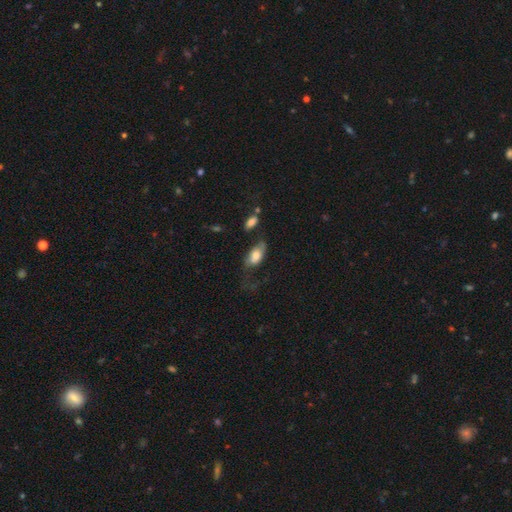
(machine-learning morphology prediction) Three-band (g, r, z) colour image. It shows a smooth galaxy with no disk features (63%) that is in between round and cigar-shaped (91%). Merging: none (37%).